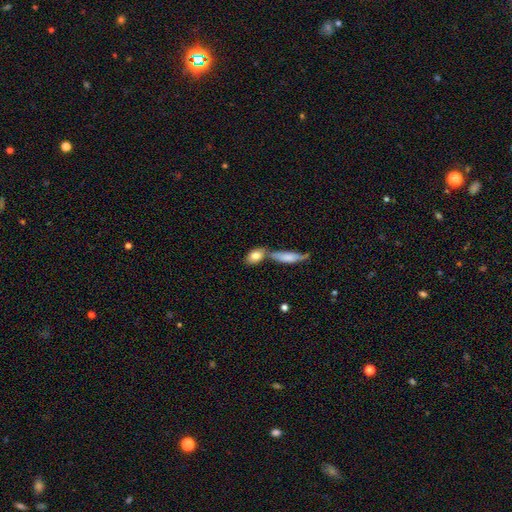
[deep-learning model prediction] A smooth galaxy with no disk features (79%) that is in between round and cigar-shaped (81%).

Vote fractions:
- Smooth or featured? smooth: 79% / featured or disk: 14% / star or artifact: 6%
- How rounded? in between: 81% / round: 10% / cigar-shaped: 9%
- Merging? none: 48% / merger: 37% / minor disturbance: 12% / major disturbance: 4%